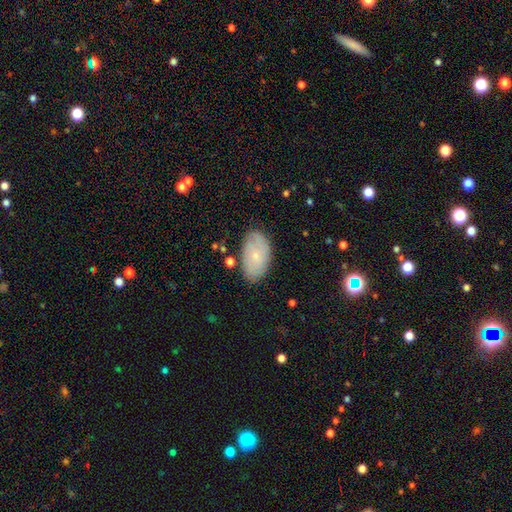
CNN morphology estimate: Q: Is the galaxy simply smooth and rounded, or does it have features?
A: smooth — 54%.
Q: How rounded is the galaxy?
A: in between — 93%.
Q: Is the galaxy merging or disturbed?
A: none — 79%.